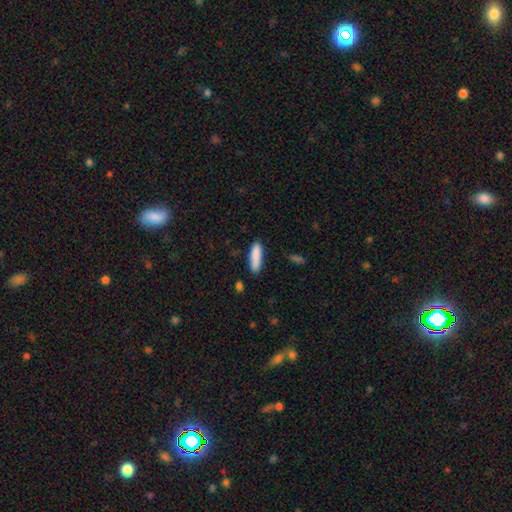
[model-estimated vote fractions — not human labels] Smooth or featured?
  - smooth: 87% *
  - featured or disk: 7%
  - star or artifact: 6%
How rounded?
  - cigar-shaped: 65% *
  - in between: 33%
  - round: 1%
Merging?
  - none: 82% *
  - minor disturbance: 13%
  - major disturbance: 2%
  - merger: 2%